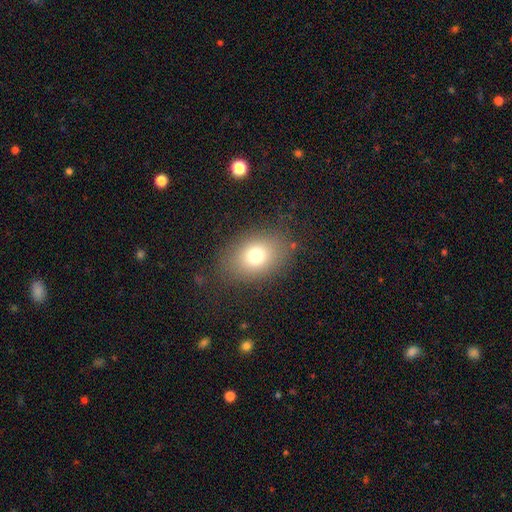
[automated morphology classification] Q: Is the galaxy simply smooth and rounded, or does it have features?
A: smooth — 74%.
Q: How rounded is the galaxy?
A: in between — 68%.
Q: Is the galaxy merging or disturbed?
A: none — 81%.